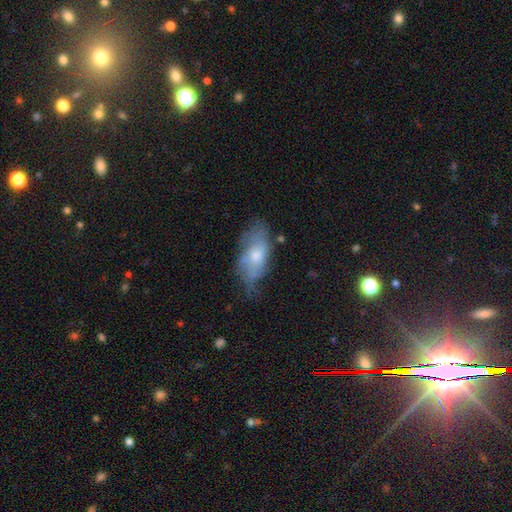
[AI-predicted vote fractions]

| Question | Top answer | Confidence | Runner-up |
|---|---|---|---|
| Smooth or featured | smooth | 50% | featured or disk (42%) |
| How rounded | in between | 87% | cigar-shaped (9%) |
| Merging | none | 48% | minor disturbance (34%) |